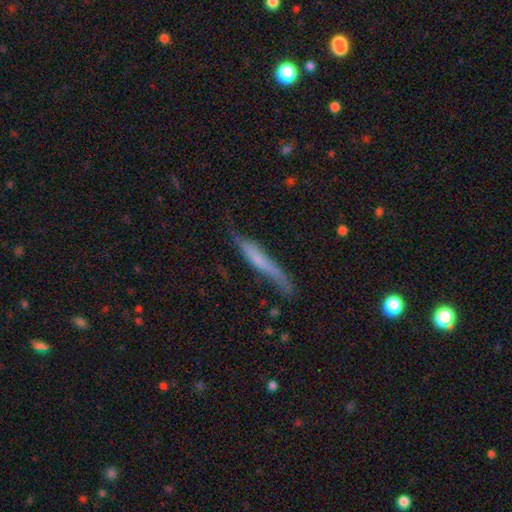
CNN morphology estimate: Overall: smooth (46%, tied with featured or disk). Merging: none (60%; minor disturbance 28%).